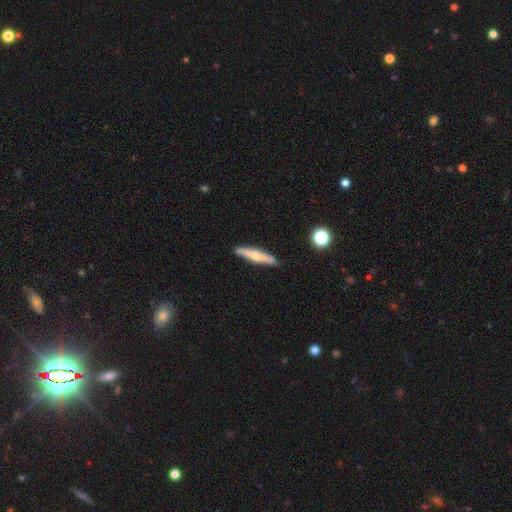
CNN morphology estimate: smooth_or_featured: featured or disk (p=0.49) [alt: smooth p=0.45]
merging: none (p=0.86) [alt: minor disturbance p=0.11]